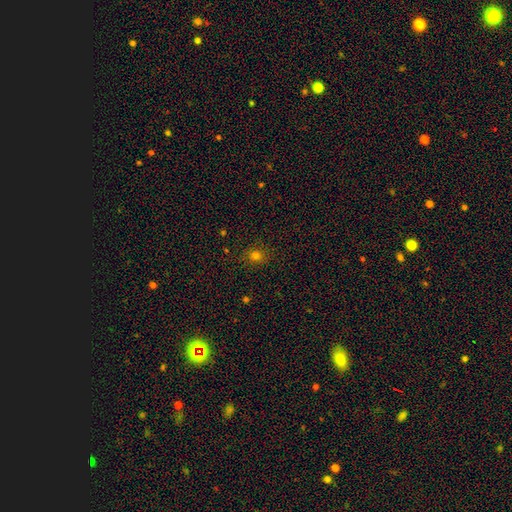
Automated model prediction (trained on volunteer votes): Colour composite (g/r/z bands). It shows a smooth galaxy with no disk features (76%) that is round (74%). Merging: none (86%).